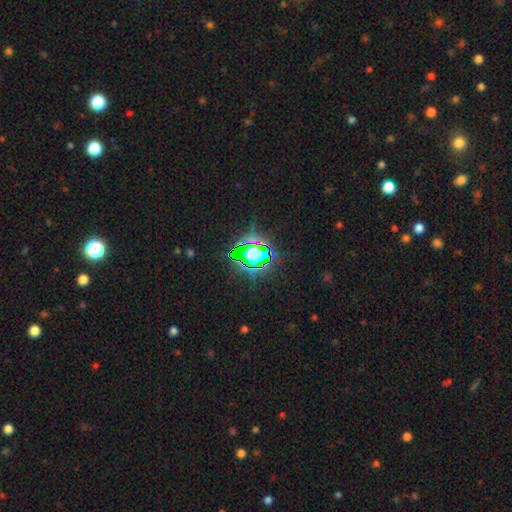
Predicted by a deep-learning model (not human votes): Smooth or featured? star or artifact (70%)